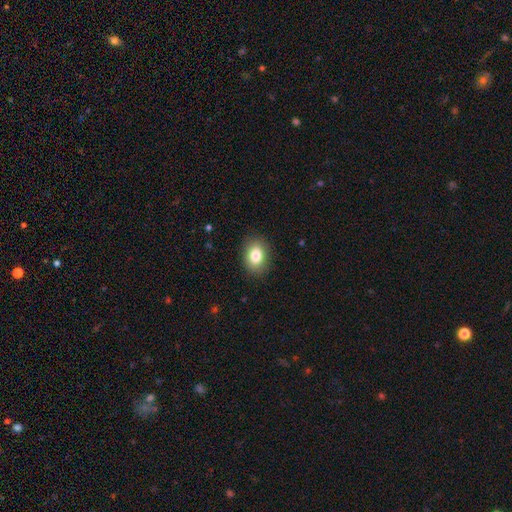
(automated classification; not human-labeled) This is clearly a smooth galaxy (82%). How rounded: likely in between (71%). Merging: clearly none (87%).